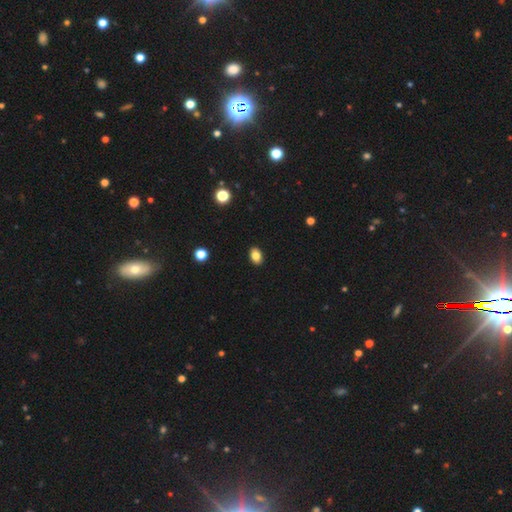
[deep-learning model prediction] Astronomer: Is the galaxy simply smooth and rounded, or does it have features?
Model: smooth — 84%.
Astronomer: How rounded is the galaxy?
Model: in between — 81%.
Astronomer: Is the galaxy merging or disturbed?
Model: none — 90%.